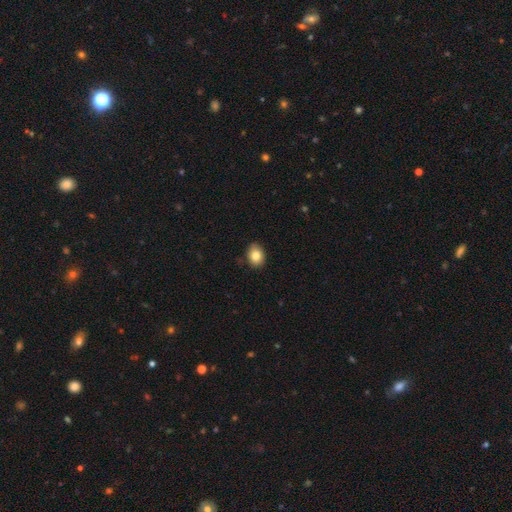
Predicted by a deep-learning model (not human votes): Smooth or featured: smooth — 82% (featured or disk — 9%)
How rounded: in between — 58% (round — 41%)
Merging: none — 84% (minor disturbance — 13%)